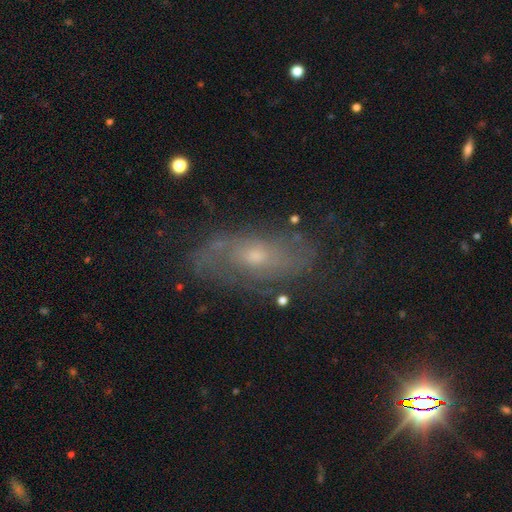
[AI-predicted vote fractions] A featured or disk galaxy (68%) with no bar (67%), spiral arms (79%) and a small central bulge (52%). Merging: none (71%).